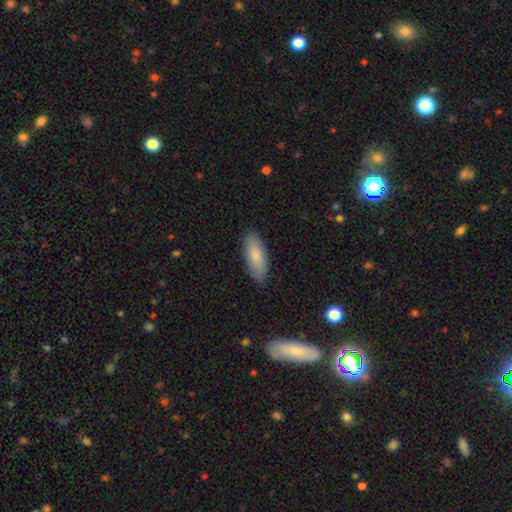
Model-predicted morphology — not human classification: Smooth or featured? smooth (83%)
How rounded? in between (69%)
Merging? none (87%)